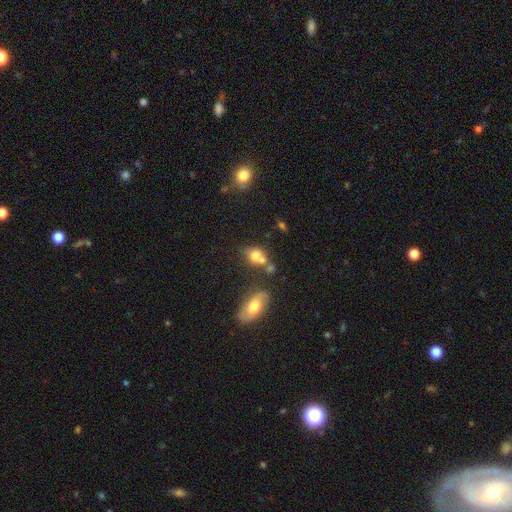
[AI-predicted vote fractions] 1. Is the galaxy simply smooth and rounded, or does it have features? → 69% smooth, 18% featured or disk, 13% star or artifact.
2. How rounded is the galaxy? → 51% round, 46% in between, 3% cigar-shaped.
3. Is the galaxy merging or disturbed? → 40% none, 39% merger, 14% minor disturbance, 7% major disturbance.